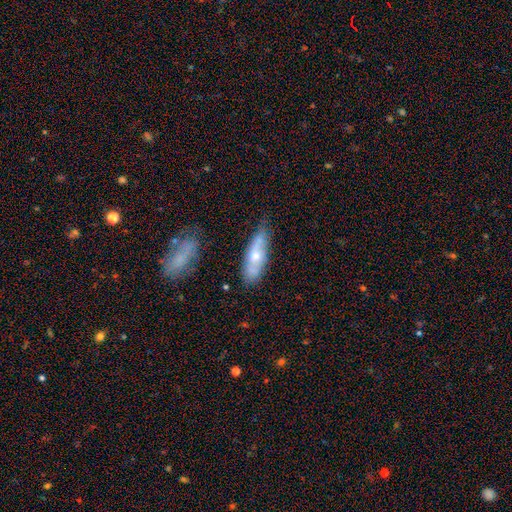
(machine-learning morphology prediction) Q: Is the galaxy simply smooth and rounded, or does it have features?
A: featured or disk — 49%.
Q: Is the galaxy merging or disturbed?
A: none — 64%.